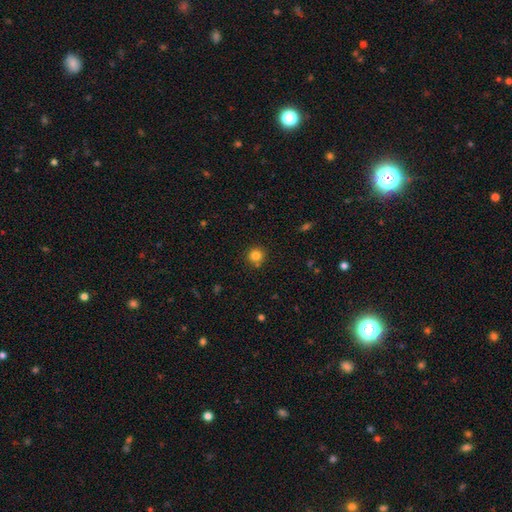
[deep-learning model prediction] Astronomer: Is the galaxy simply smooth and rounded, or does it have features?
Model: smooth — 82%.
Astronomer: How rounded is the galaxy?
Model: round — 92%.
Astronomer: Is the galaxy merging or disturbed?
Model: none — 82%.